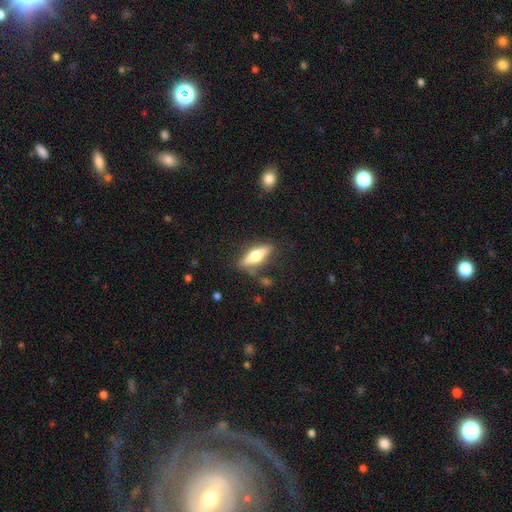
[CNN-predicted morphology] Q: Smooth or featured?
A: smooth (47%); tied with: featured or disk (47%)
Q: Merging?
A: none (81%); runner-up: minor disturbance (13%)